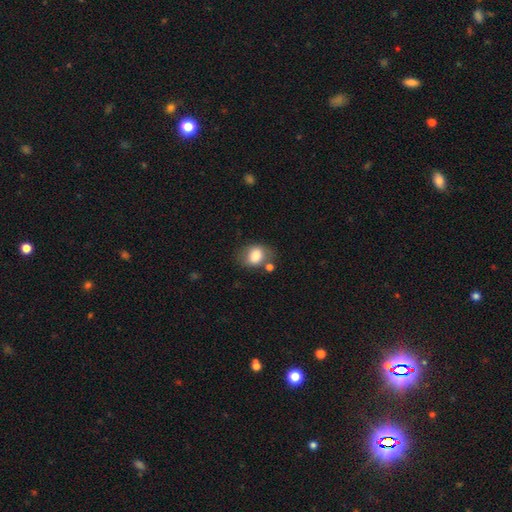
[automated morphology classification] type=smooth (78%); roundness=in between (63%); merging=none (64%).